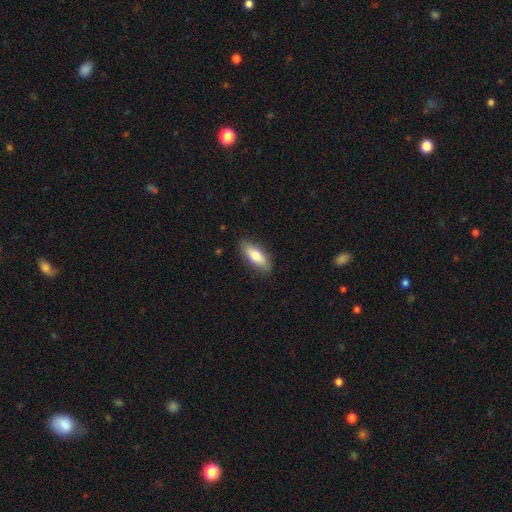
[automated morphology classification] A smooth galaxy with no disk features (75%) that is in between round and cigar-shaped (75%).

Vote fractions:
- Smooth or featured? smooth: 75% / featured or disk: 19% / star or artifact: 6%
- How rounded? in between: 75% / cigar-shaped: 23% / round: 2%
- Merging? none: 87% / minor disturbance: 10% / major disturbance: 2% / merger: 1%